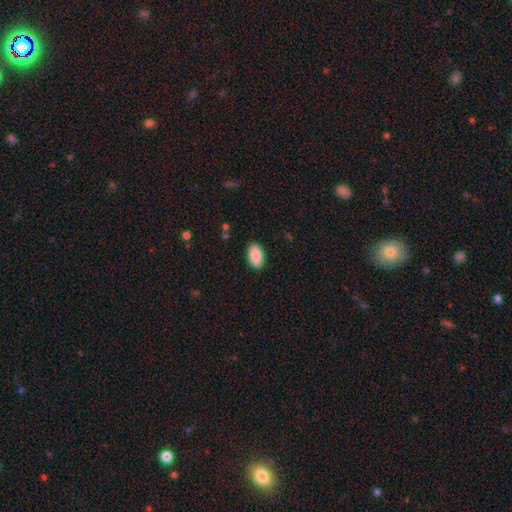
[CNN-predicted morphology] Smooth or featured: smooth — 89% (star or artifact — 6%)
How rounded: in between — 95% (round — 3%)
Merging: none — 89% (minor disturbance — 8%)